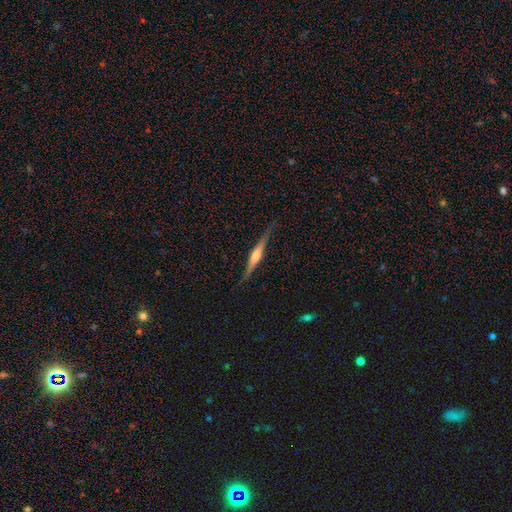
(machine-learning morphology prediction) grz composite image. It shows a featured or disk galaxy (73%) viewed edge-on (97%) with a rounded central bulge (74%). Merging: none (84%).